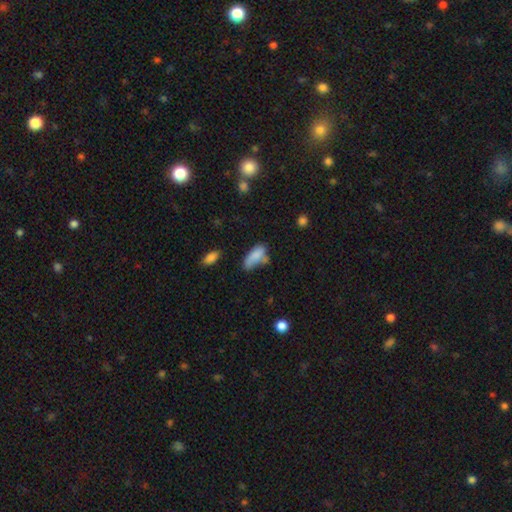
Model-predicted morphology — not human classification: This appears to be a smooth galaxy with no disk features (81%) that is in between round and cigar-shaped (83%). Merging: none (38%).